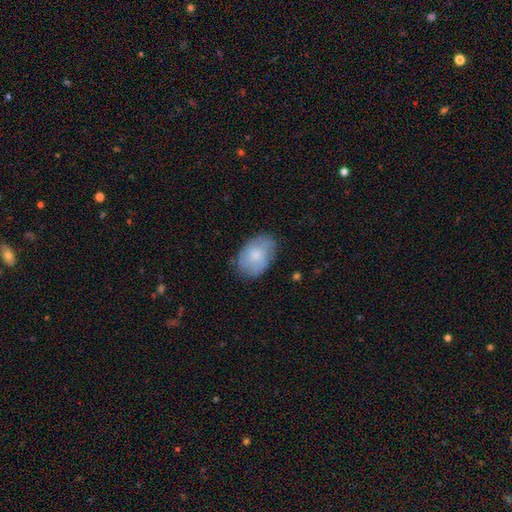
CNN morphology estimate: smooth_or_featured: smooth (p=0.72) [alt: featured or disk p=0.22]
how_rounded: in between (p=0.86) [alt: round p=0.13]
merging: none (p=0.73) [alt: minor disturbance p=0.20]